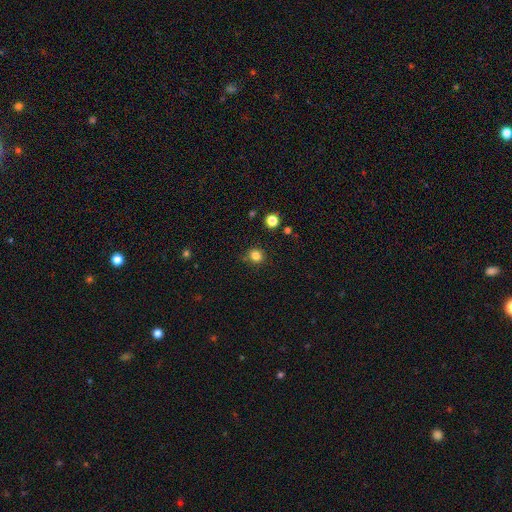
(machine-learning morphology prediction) A smooth galaxy with no disk features (82%) that is round (81%).

Vote fractions:
- Smooth or featured? smooth: 82% / star or artifact: 13% / featured or disk: 5%
- How rounded? round: 81% / in between: 18% / cigar-shaped: 1%
- Merging? none: 84% / minor disturbance: 10% / merger: 3% / major disturbance: 3%